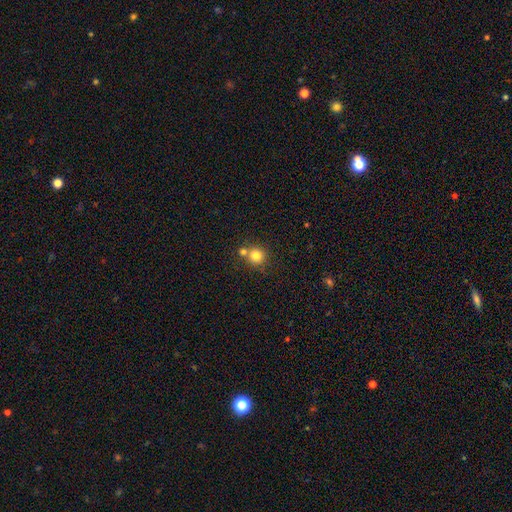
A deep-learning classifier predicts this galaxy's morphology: Smooth or featured? Predicted: smooth (p=0.80). How rounded? Predicted: round (p=0.91). Merging? Predicted: none (p=0.59).